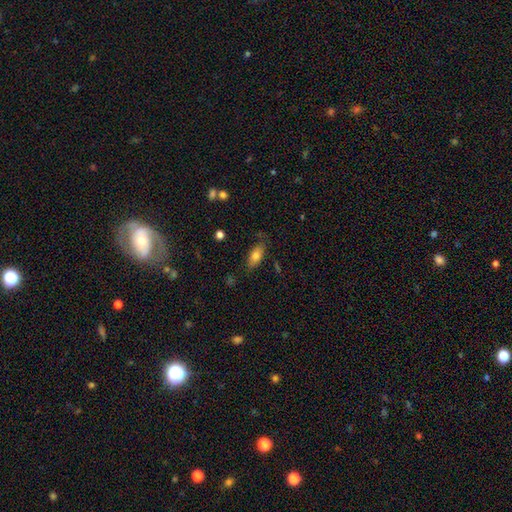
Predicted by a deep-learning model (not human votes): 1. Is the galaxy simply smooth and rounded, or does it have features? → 76% smooth, 16% featured or disk, 8% star or artifact.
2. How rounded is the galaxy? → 83% in between, 13% cigar-shaped, 3% round.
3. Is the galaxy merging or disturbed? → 73% none, 20% minor disturbance, 5% major disturbance, 2% merger.